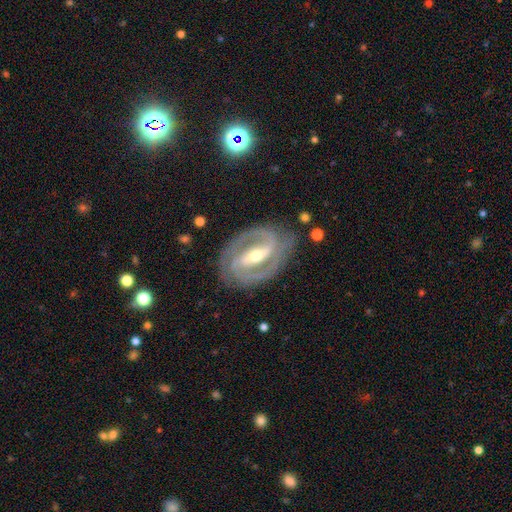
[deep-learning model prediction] This is clearly a featured or disk galaxy (91%). It is clearly not viewed edge-on (96%). Bar: likely strong (65%). Spiral arm pattern: clearly yes (96%). Spiral arm count: clearly 2 (89%). Spiral winding: possibly tight (50%). Central bulge: possibly moderate (59%). Merging: clearly none (81%).